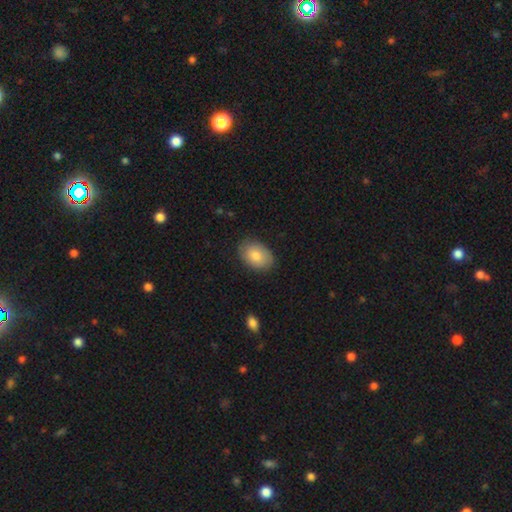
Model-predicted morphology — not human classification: The model was most divided on "how rounded": in between: 83%, round: 16%, cigar-shaped: 1%. More confident: merging — none (85%); smooth or featured — smooth (82%).